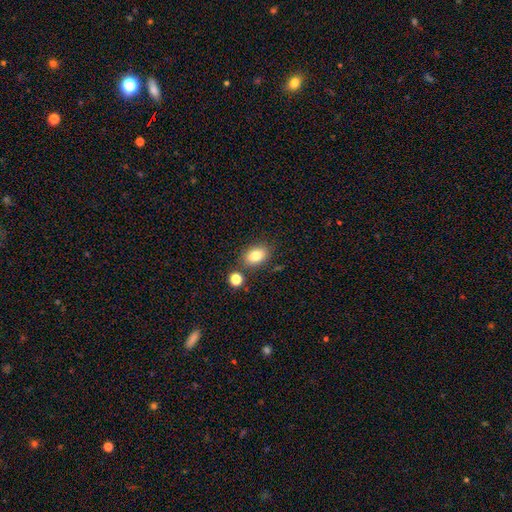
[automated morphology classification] Smooth or featured? smooth (82%)
How rounded? in between (81%)
Merging? none (78%)